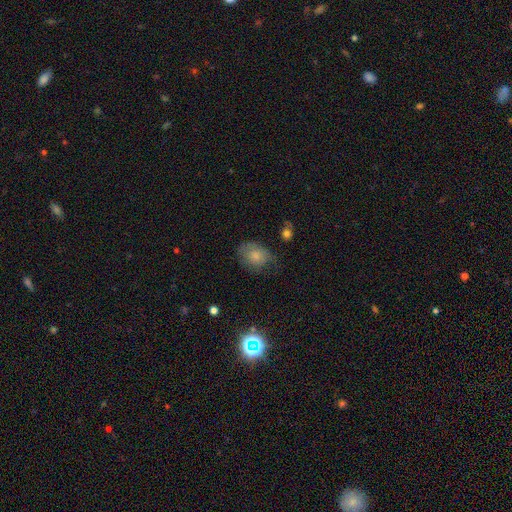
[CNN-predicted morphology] Q: Smooth or featured?
A: smooth (74%); runner-up: featured or disk (18%)
Q: How rounded?
A: in between (61%); runner-up: round (38%)
Q: Merging?
A: none (48%); runner-up: minor disturbance (34%)